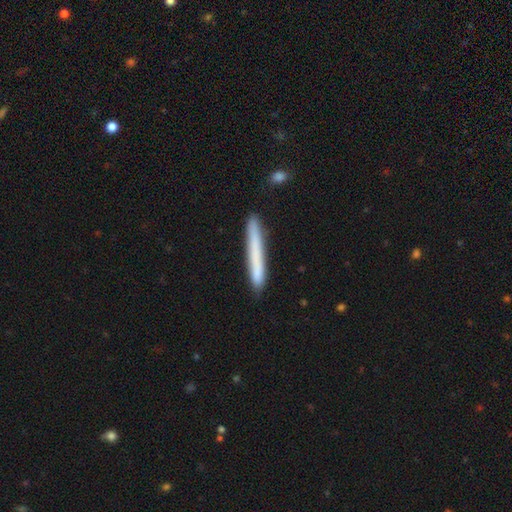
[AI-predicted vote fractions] Smooth or featured?
  - smooth: 69% *
  - featured or disk: 25%
  - star or artifact: 6%
How rounded?
  - cigar-shaped: 97% *
  - in between: 2%
  - round: 1%
Merging?
  - none: 88% *
  - minor disturbance: 9%
  - merger: 2%
  - major disturbance: 1%